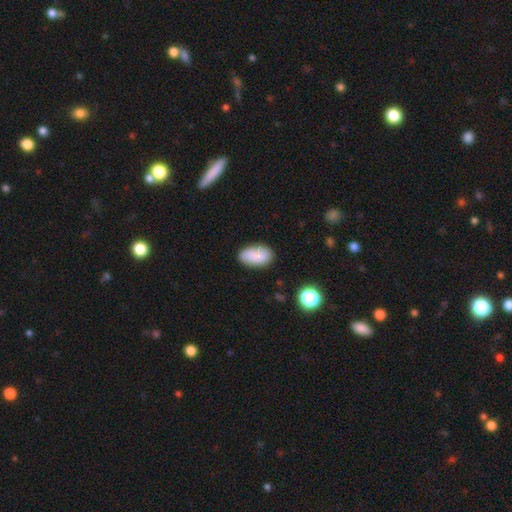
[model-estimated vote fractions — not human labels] smooth_or_featured: smooth (p=0.84) [alt: featured or disk p=0.08]
how_rounded: in between (p=0.93) [alt: round p=0.05]
merging: none (p=0.80) [alt: minor disturbance p=0.15]